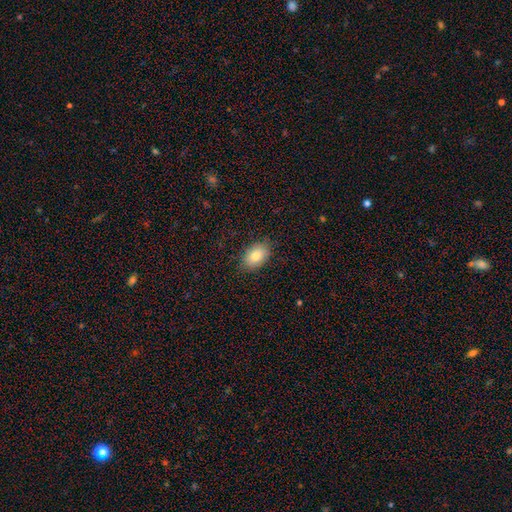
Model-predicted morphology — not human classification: smooth 82%, featured or disk 10%, star or artifact 8%. Down the decision tree: how rounded — in between (85%); merging — none (85%).